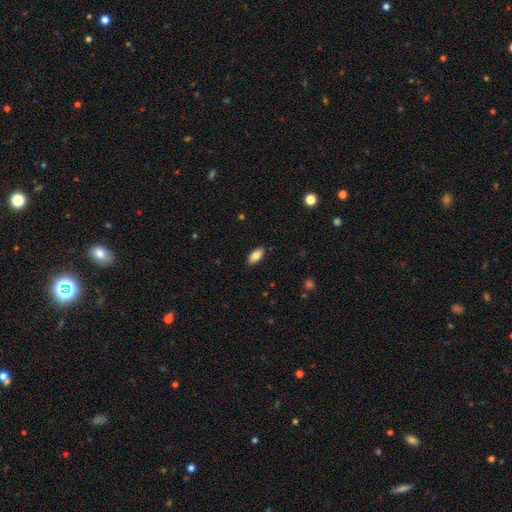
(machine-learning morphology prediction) This appears to be a smooth galaxy with no disk features (84%) that is in between round and cigar-shaped (91%). Merging: none (88%).